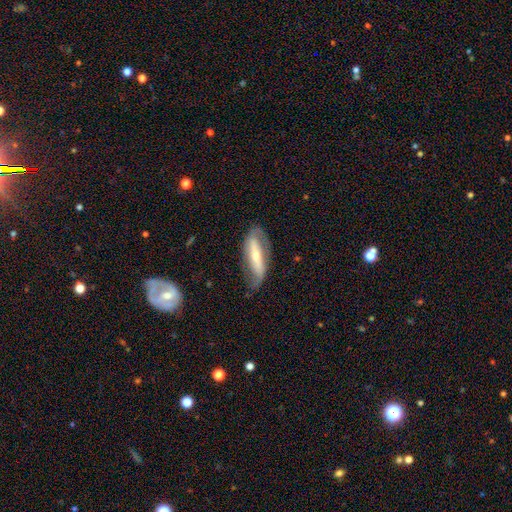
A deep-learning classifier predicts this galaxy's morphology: smooth_or_featured: featured or disk (p=0.69) [alt: smooth p=0.26]
disk_edge_on: no (p=0.75) [alt: yes p=0.25]
bar: strong (p=0.65) [alt: weak p=0.19]
has_spiral_arms: yes (p=0.75) [alt: no p=0.25]
bulge_size: small (p=0.47) [alt: moderate p=0.45]
merging: none (p=0.60) [alt: minor disturbance p=0.26]